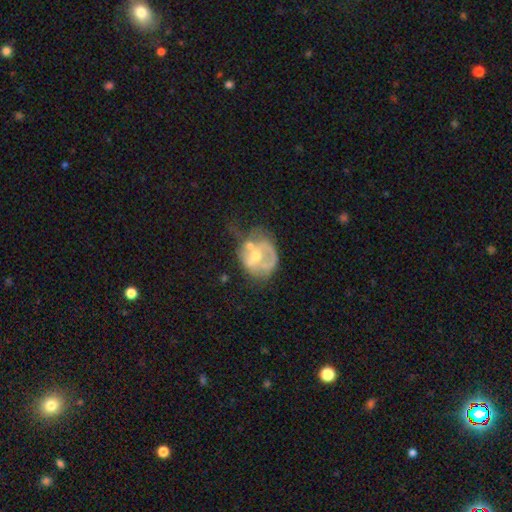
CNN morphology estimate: Smooth or featured? Predicted: featured or disk (p=0.63). Edge-on disk? Predicted: no (p=0.97). Bar? Predicted: no (p=0.62). Spiral arms? Predicted: no (p=0.58). Bulge size? Predicted: moderate (p=0.63). Merging? Predicted: major disturbance (p=0.29).